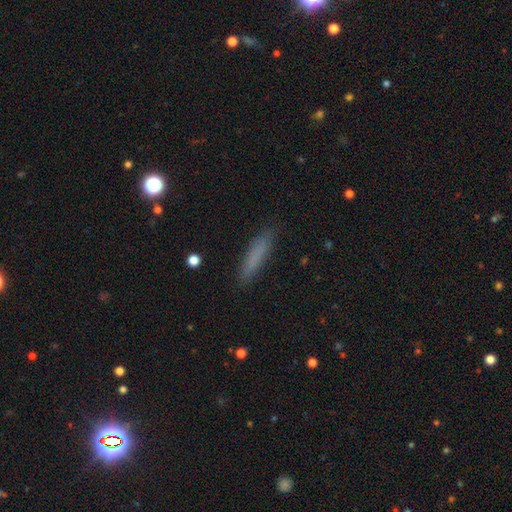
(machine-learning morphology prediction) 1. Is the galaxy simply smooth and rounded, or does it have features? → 78% smooth, 14% featured or disk, 9% star or artifact.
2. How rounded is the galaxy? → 85% cigar-shaped, 14% in between, 2% round.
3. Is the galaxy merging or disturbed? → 87% none, 9% minor disturbance, 2% major disturbance, 1% merger.